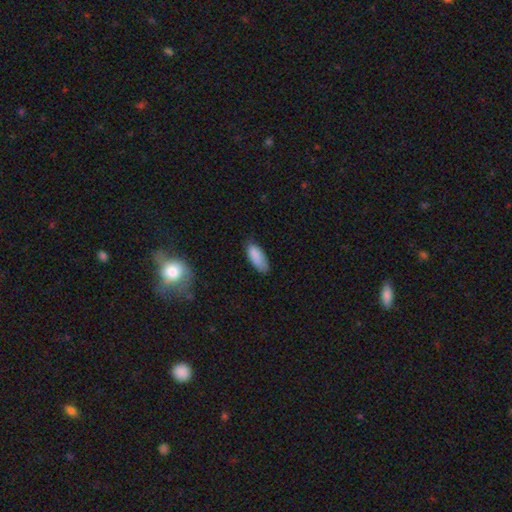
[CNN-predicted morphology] Smooth or featured? Predicted: smooth (p=0.87). How rounded? Predicted: in between (p=0.81). Merging? Predicted: none (p=0.69).